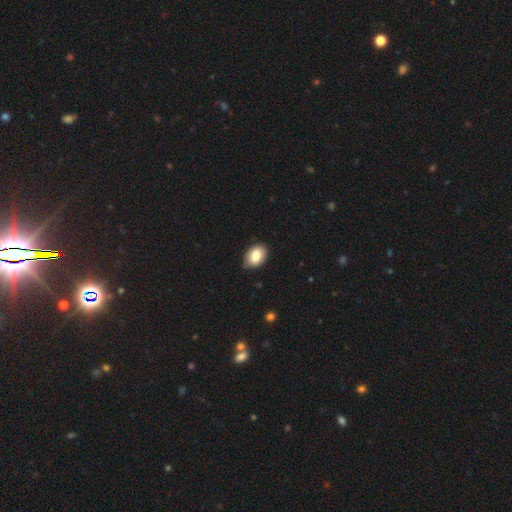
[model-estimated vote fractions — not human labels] Smooth or featured: smooth — 82% (featured or disk — 11%)
How rounded: in between — 86% (round — 13%)
Merging: none — 81% (minor disturbance — 16%)